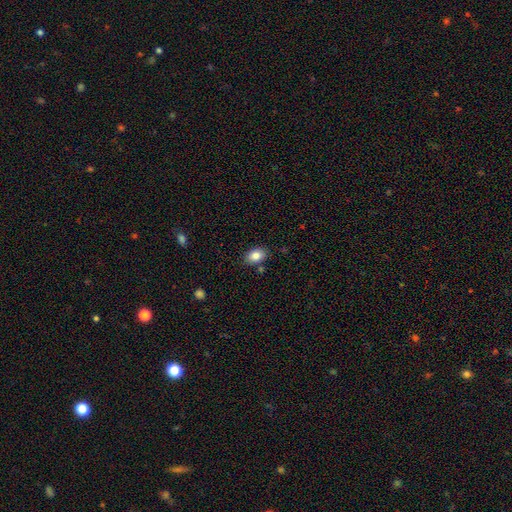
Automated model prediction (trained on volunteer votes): A smooth galaxy with no disk features (85%) that is in between round and cigar-shaped (82%). Merging: none (82%).